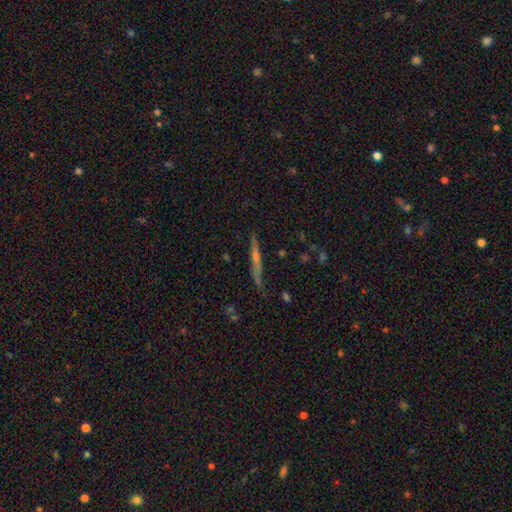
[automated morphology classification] A featured or disk galaxy (41%).

Vote fractions:
- Smooth or featured? featured or disk: 41% / star or artifact: 33% / smooth: 25%
- Merging? none: 81% / minor disturbance: 10% / merger: 5% / major disturbance: 5%